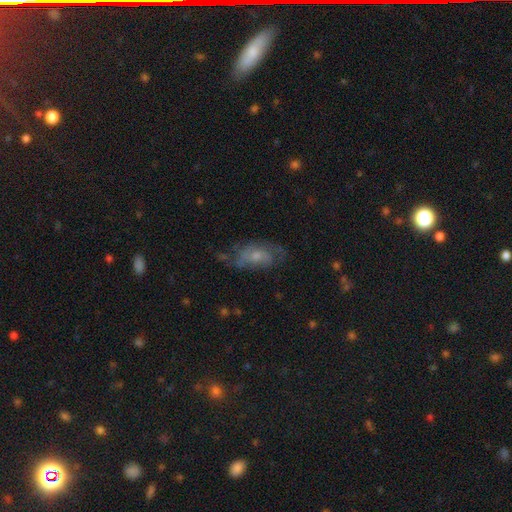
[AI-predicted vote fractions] This appears to be a featured or disk galaxy (56%) with no bar (68%), spiral arms (72%) and a small central bulge (43%, tied with moderate). Merging: none (53%).